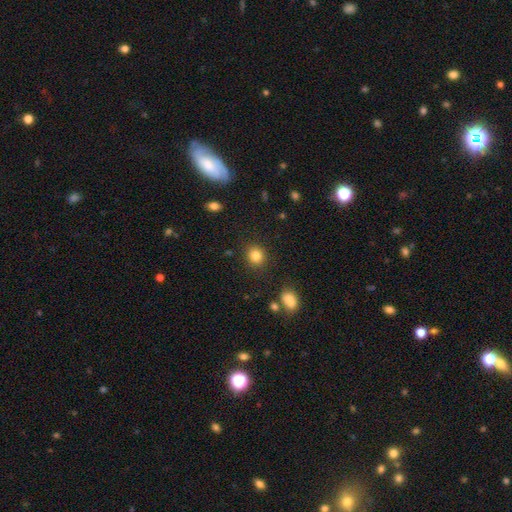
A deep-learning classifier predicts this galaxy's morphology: Overall: smooth (84%). How rounded: round (80%). Merging: none (87%).